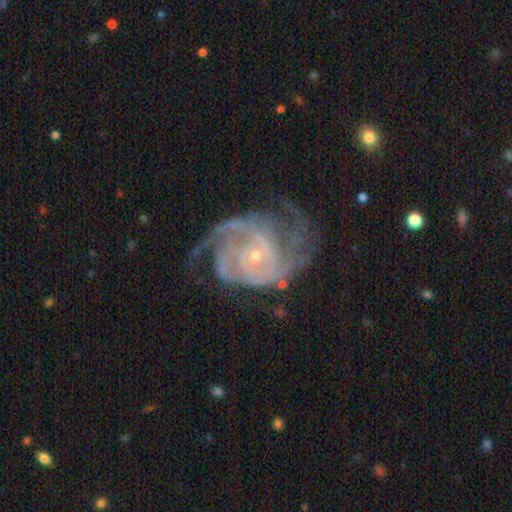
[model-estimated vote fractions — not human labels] A featured or disk galaxy (90%) with no bar (68%), 2 (34%) tight (51%) spiral arms (97%) and a small central bulge (81%).

Vote fractions:
- Smooth or featured? featured or disk: 90% / star or artifact: 5% / smooth: 4%
- Edge-on disk? no: 98% / yes: 2%
- Bar? no: 68% / weak: 25% / strong: 7%
- Spiral arms? yes: 97% / no: 3%
- Spiral winding? tight: 51% / medium: 39% / loose: 10%
- Spiral arm count? 2: 34% / 3: 23% / can't tell: 18% / 4: 11% / more than 4: 7% / 1: 7%
- Bulge size? small: 81% / moderate: 15% / none: 2% / large: 1% / dominant: 1%
- Merging? none: 56% / minor disturbance: 21% / major disturbance: 21% / merger: 2%